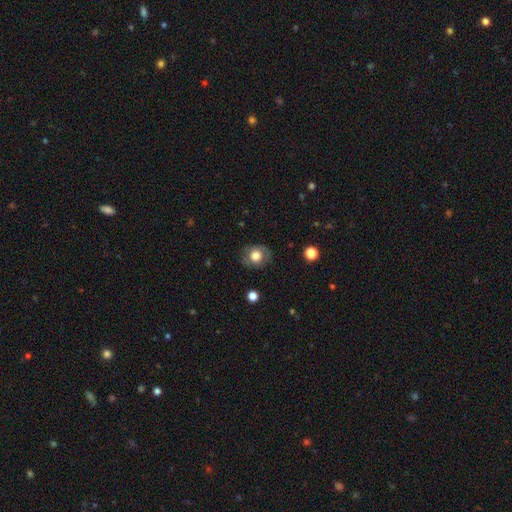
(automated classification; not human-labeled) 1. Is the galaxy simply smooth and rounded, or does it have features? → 69% smooth, 23% featured or disk, 9% star or artifact.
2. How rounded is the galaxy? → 68% round, 31% in between, 1% cigar-shaped.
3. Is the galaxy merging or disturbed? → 78% none, 15% minor disturbance, 5% major disturbance, 1% merger.